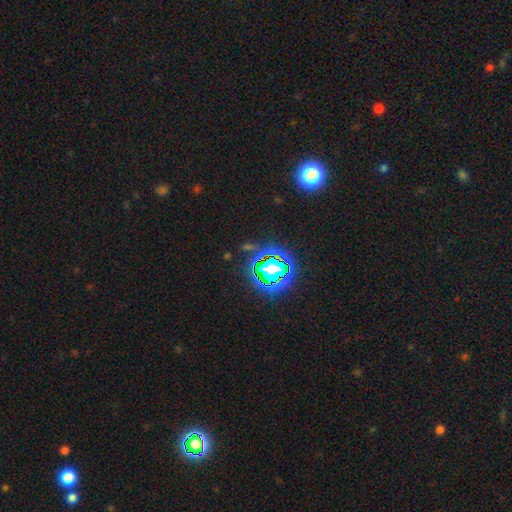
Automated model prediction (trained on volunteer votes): This appears to be a star or artifact, not a galaxy (80%).